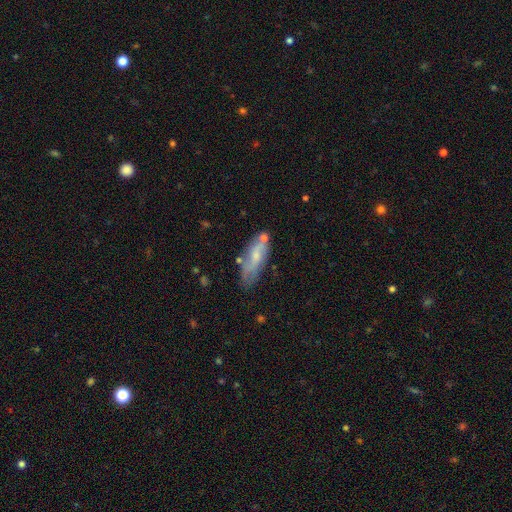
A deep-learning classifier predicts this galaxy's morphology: This appears to be a smooth galaxy with no disk features (48%). Merging: none (55%).